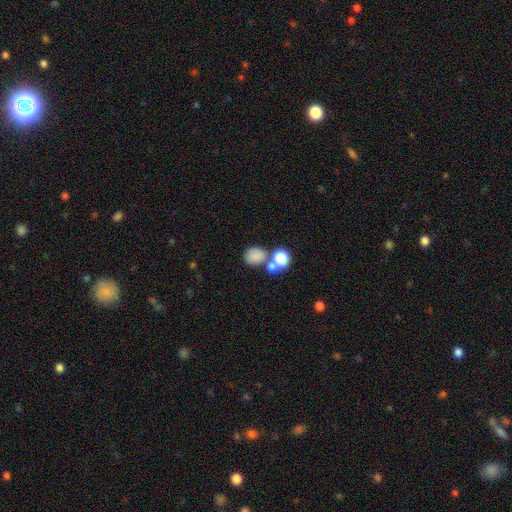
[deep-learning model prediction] smooth-or-featured: smooth: 77% | star or artifact: 13% | featured or disk: 9%
  how-rounded: round: 55% | in between: 44% | cigar-shaped: 1%
  merging: none: 50% | merger: 34% | minor disturbance: 11% | major disturbance: 5%